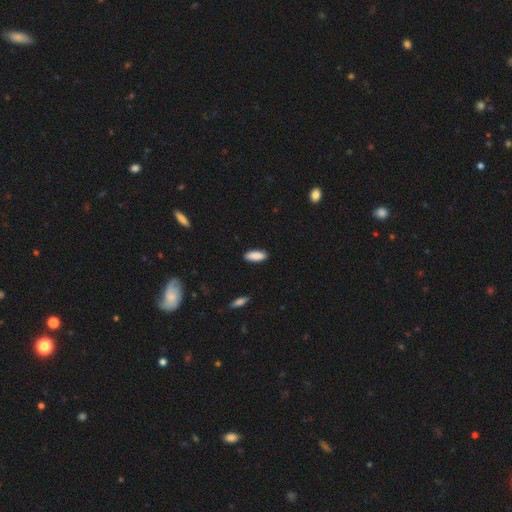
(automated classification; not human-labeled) smooth-or-featured: smooth: 90% | star or artifact: 6% | featured or disk: 5%
  how-rounded: in between: 72% | cigar-shaped: 26% | round: 2%
  merging: none: 89% | minor disturbance: 9% | major disturbance: 2% | merger: 1%